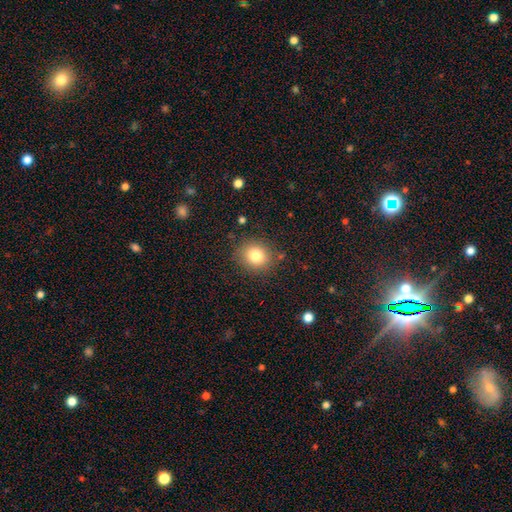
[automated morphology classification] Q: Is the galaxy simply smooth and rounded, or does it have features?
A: smooth — 80%.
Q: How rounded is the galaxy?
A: round — 76%.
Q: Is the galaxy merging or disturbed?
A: none — 86%.